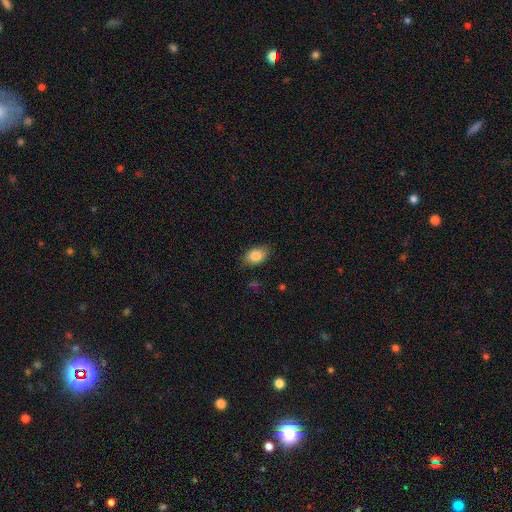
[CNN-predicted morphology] Overall: smooth (86%). How rounded: in between (89%). Merging: none (83%).